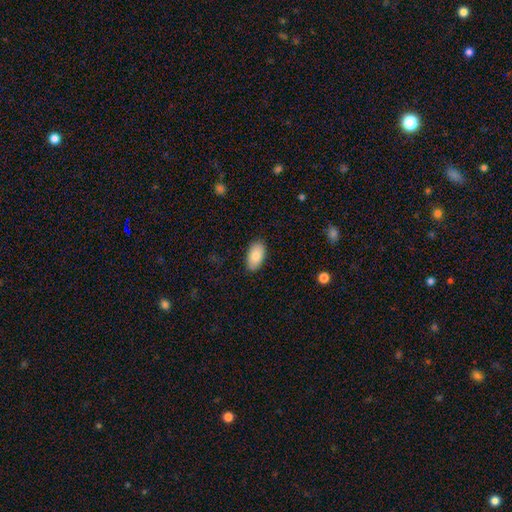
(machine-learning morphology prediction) smooth_or_featured: smooth (p=0.85) [alt: featured or disk p=0.09]
how_rounded: in between (p=0.95) [alt: round p=0.03]
merging: none (p=0.87) [alt: minor disturbance p=0.10]